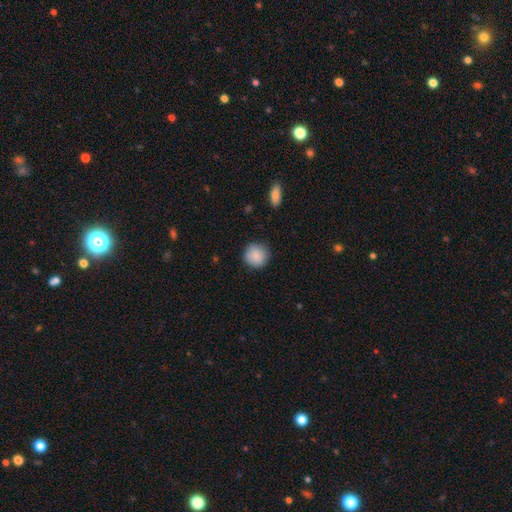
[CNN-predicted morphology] The model was most divided on "merging": none: 86%, minor disturbance: 11%, major disturbance: 2%, merger: 1%. More confident: how rounded — round (92%); smooth or featured — smooth (88%).